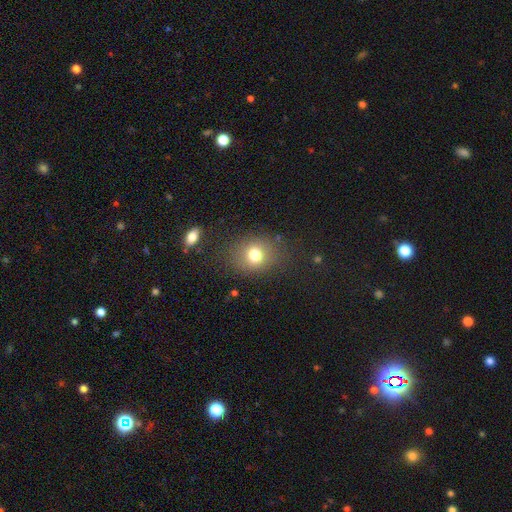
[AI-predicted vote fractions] This is likely a smooth galaxy (75%). How rounded: likely round (65%). Merging: clearly none (80%).